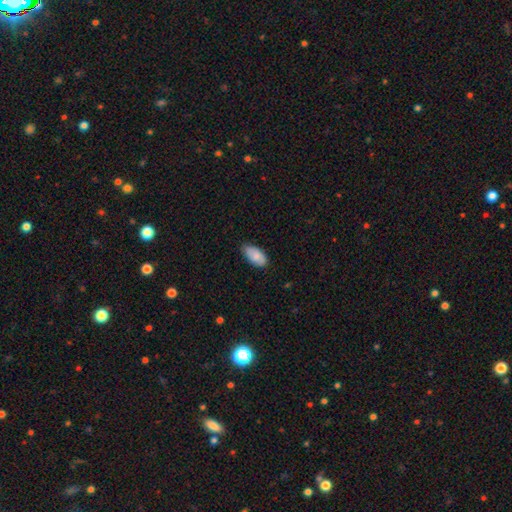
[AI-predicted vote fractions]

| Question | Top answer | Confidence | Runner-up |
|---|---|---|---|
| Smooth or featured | smooth | 83% | featured or disk (11%) |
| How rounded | in between | 95% | cigar-shaped (3%) |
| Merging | none | 74% | minor disturbance (22%) |